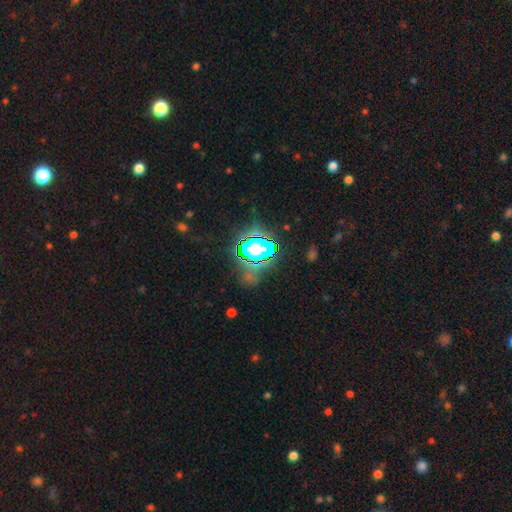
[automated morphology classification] The model was most divided on "smooth or featured": star or artifact: 62%, smooth: 24%, featured or disk: 14%.